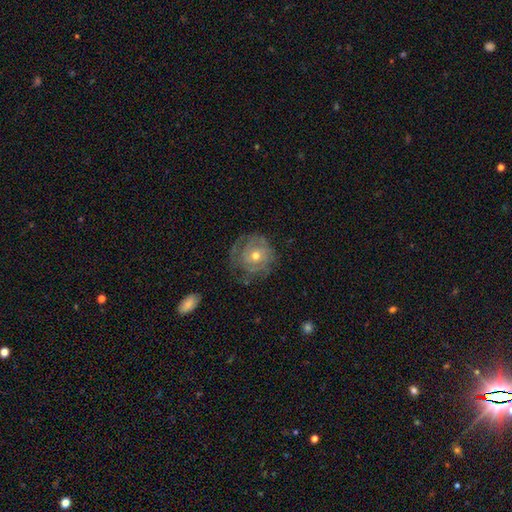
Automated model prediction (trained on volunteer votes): Morphology: type=featured or disk (70%); edge-on=no (97%); bar=no (81%); spiral arms=yes (78%); winding=tight (70%); arm count=can't tell (50%); bulge=moderate (64%); merging=none (65%).